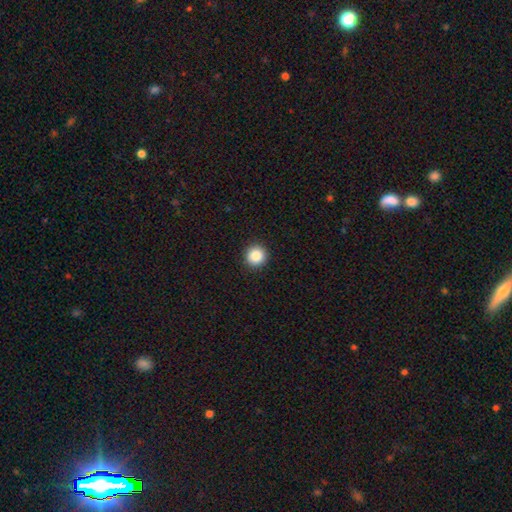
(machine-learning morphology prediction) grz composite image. It shows a smooth galaxy with no disk features (87%) that is round (95%). Merging: none (93%).